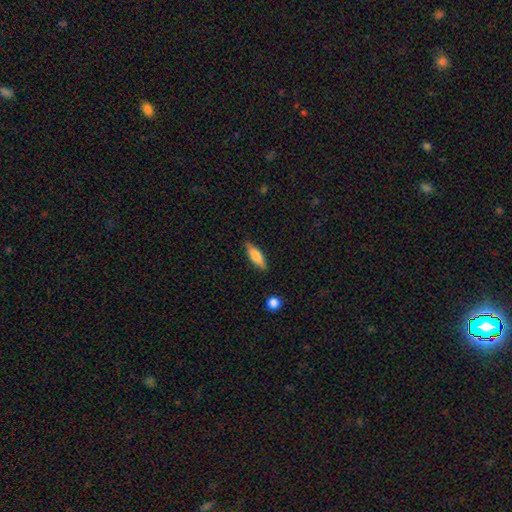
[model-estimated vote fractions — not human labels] Smooth or featured? smooth (74%)
How rounded? cigar-shaped (54%)
Merging? none (84%)